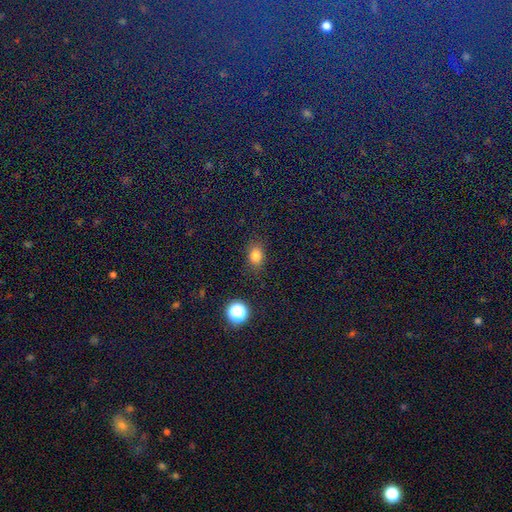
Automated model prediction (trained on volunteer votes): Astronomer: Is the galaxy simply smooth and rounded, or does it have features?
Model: smooth — 79%.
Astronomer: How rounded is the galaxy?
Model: in between — 55% (runner-up: round, 44%).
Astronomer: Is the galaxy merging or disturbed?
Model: none — 83%.